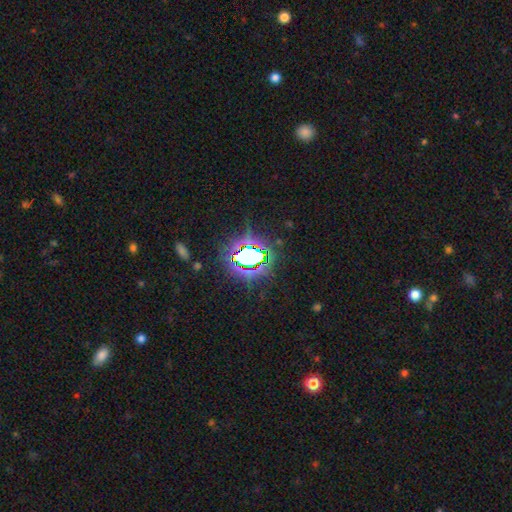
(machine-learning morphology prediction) star or artifact 80%, smooth 12%, featured or disk 8%.